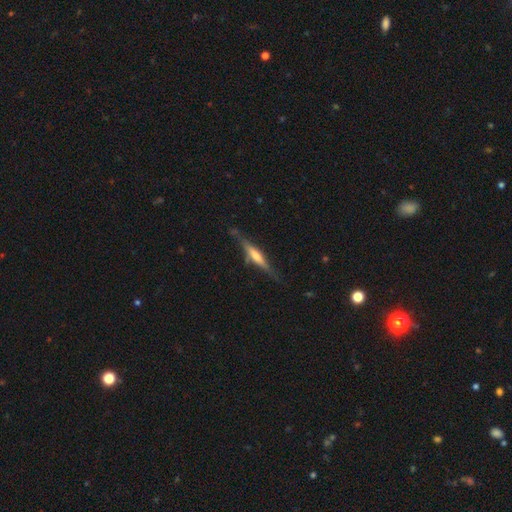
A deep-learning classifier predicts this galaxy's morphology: smooth_or_featured: featured or disk (p=0.68) [alt: smooth p=0.26]
disk_edge_on: yes (p=0.96) [alt: no p=0.04]
edge_on_bulge: rounded (p=0.65) [alt: boxy p=0.21]
merging: none (p=0.79) [alt: minor disturbance p=0.15]